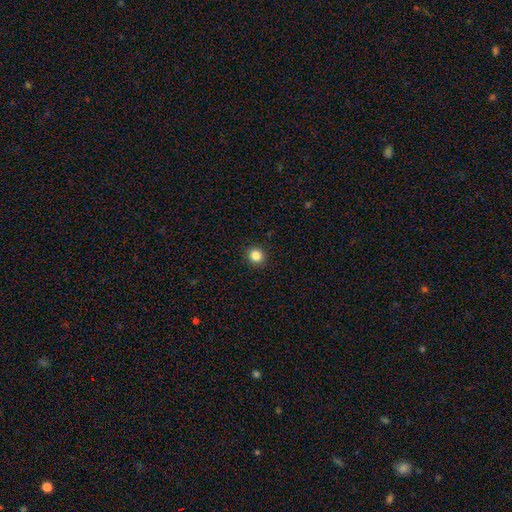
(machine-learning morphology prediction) smooth_or_featured: smooth (p=0.84) [alt: star or artifact p=0.11]
how_rounded: round (p=0.90) [alt: in between p=0.09]
merging: none (p=0.92) [alt: minor disturbance p=0.05]